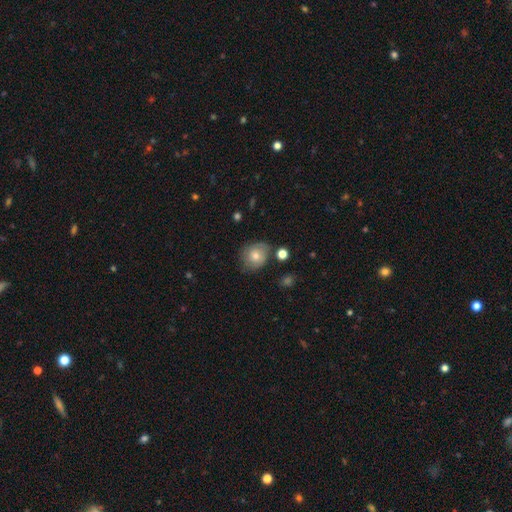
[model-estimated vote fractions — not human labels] Morphology: type=smooth (68%); roundness=round (76%); merging=none (68%).